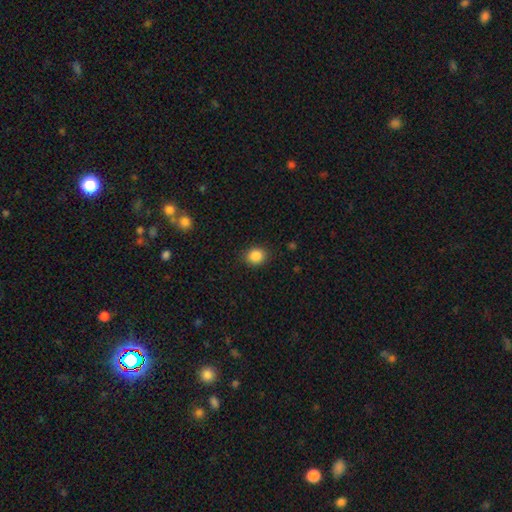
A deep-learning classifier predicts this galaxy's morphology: smooth-or-featured: smooth: 87% | star or artifact: 9% | featured or disk: 4%
  how-rounded: round: 72% | in between: 27% | cigar-shaped: 1%
  merging: none: 88% | minor disturbance: 8% | major disturbance: 2% | merger: 1%